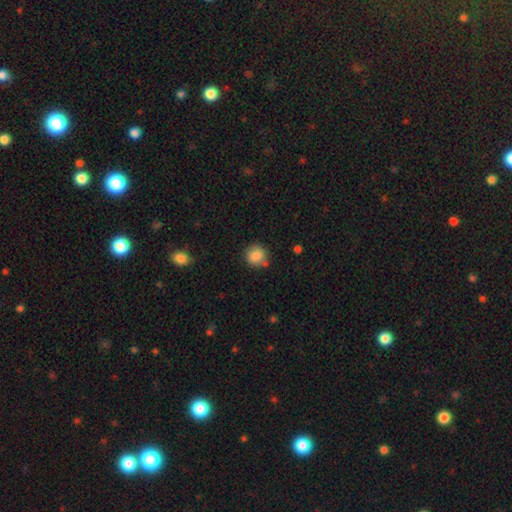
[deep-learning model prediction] smooth 85%, star or artifact 9%, featured or disk 6%. Down the decision tree: how rounded — round (90%); merging — none (78%).